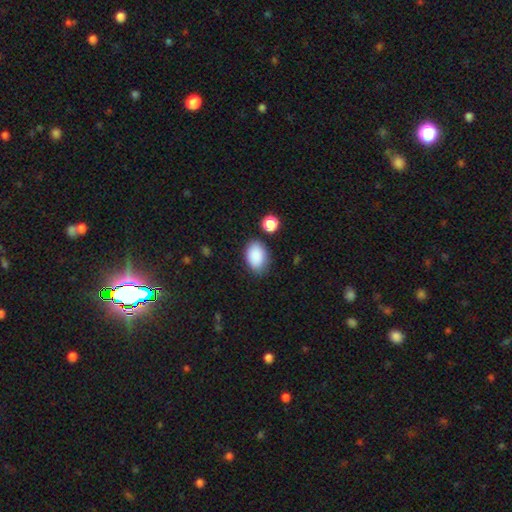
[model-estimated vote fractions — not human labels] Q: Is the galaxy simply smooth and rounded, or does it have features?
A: smooth — 88%.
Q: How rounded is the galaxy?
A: in between — 87%.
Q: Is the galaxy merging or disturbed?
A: none — 76%.